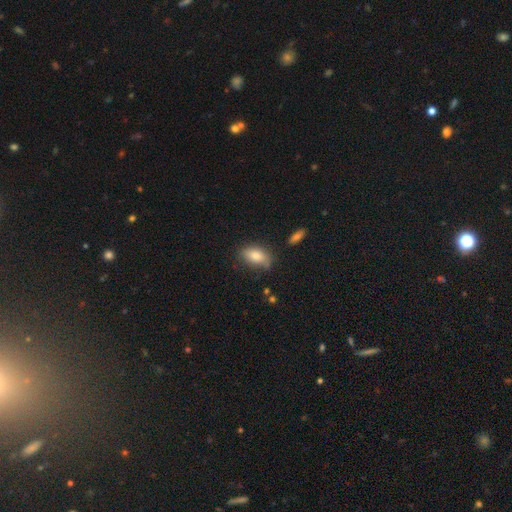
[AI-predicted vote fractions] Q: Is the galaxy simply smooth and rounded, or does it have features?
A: smooth — 81%.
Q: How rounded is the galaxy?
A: in between — 88%.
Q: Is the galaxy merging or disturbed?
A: none — 69%.